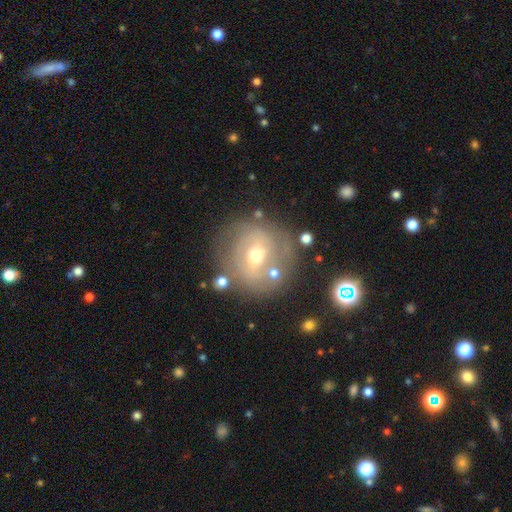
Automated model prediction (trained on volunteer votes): smooth-or-featured: featured or disk: 60% | smooth: 30% | star or artifact: 10%
  disk-edge-on: no: 95% | yes: 5%
    bar: weak: 42% | no: 38% | strong: 20%
    has-spiral-arms: no: 51% | yes: 49%
    bulge-size: moderate: 53% | small: 42% | large: 3% | none: 1% | dominant: 1%
  merging: none: 71% | minor disturbance: 15% | major disturbance: 8% | merger: 5%